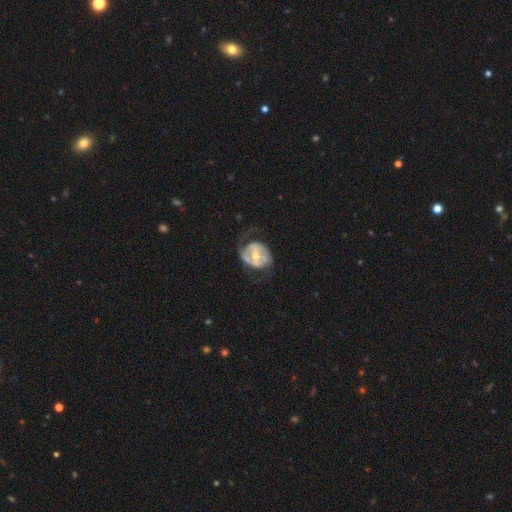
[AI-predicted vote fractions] smooth-or-featured: featured or disk: 71% | smooth: 23% | star or artifact: 5%
  disk-edge-on: no: 96% | yes: 4%
    bar: weak: 41% | strong: 33% | no: 25%
    has-spiral-arms: yes: 64% | no: 36%
    bulge-size: moderate: 65% | small: 28% | large: 4% | none: 2% | dominant: 1%
  merging: none: 51% | major disturbance: 24% | minor disturbance: 22% | merger: 2%